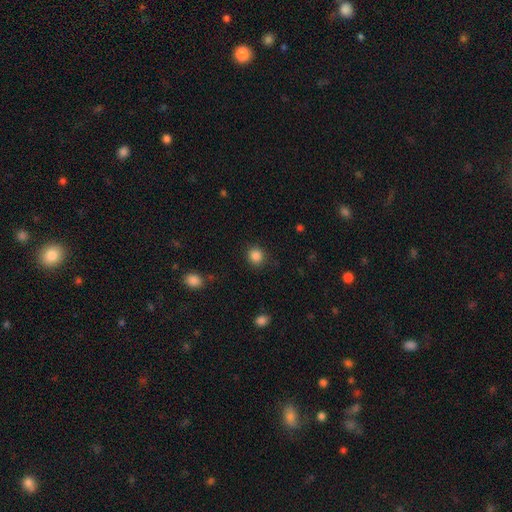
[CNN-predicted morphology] Smooth or featured? smooth (87%)
How rounded? round (86%)
Merging? none (87%)